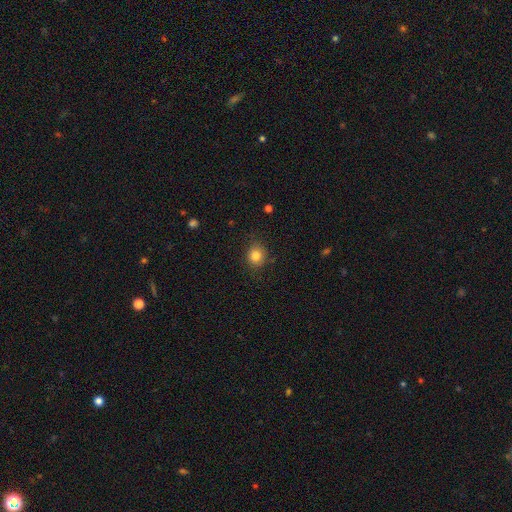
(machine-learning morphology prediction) This appears to be a smooth galaxy with no disk features (83%) that is round (76%). Merging: none (85%).